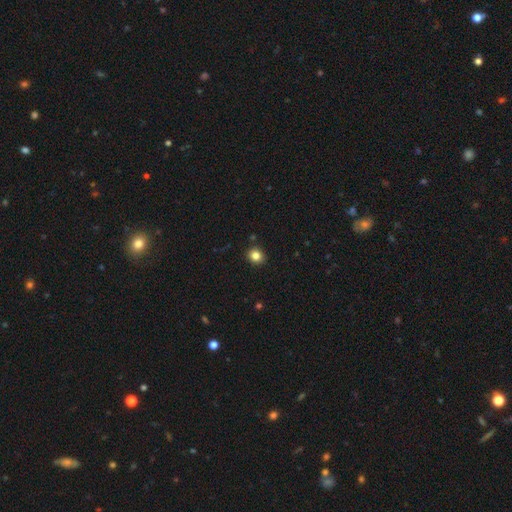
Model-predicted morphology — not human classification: Smooth or featured? smooth (83%)
How rounded? round (77%)
Merging? none (90%)